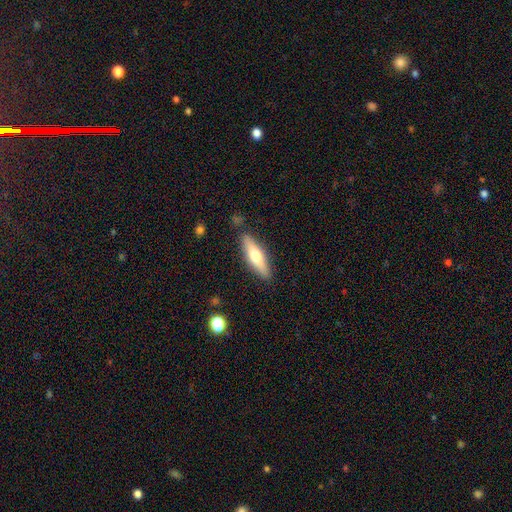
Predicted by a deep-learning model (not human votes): smooth_or_featured: smooth (p=0.56) [alt: featured or disk p=0.38]
how_rounded: cigar-shaped (p=0.64) [alt: in between p=0.34]
merging: none (p=0.85) [alt: minor disturbance p=0.10]